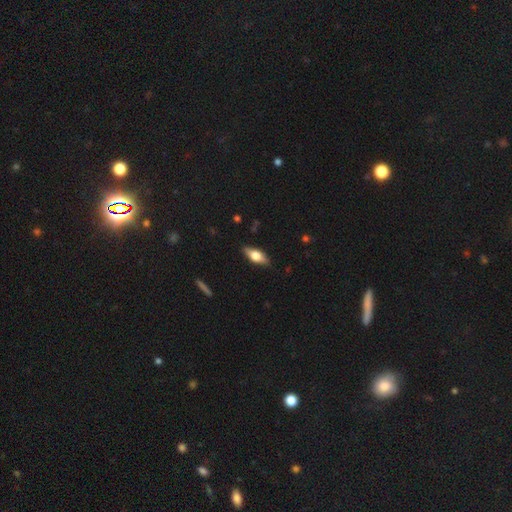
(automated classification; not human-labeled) Smooth or featured? smooth (56%)
How rounded? in between (75%)
Merging? none (86%)